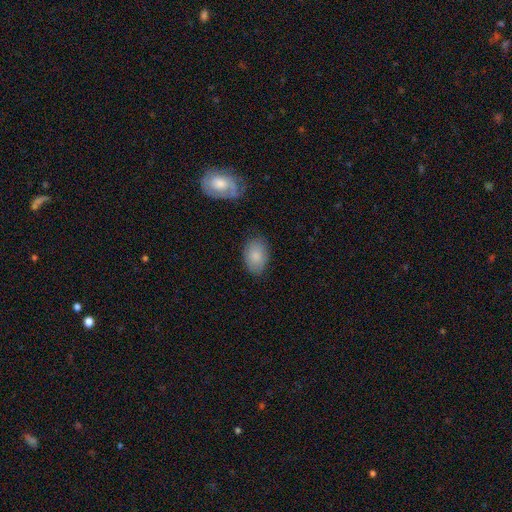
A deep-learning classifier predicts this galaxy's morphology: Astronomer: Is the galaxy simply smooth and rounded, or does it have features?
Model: smooth — 84%.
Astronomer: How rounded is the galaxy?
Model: in between — 88%.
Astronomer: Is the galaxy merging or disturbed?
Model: none — 82%.